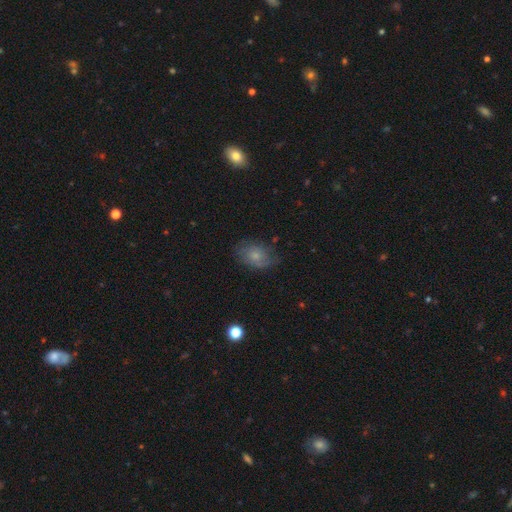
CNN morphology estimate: A smooth galaxy with no disk features (51%) that is in between round and cigar-shaped (74%).

Vote fractions:
- Smooth or featured? smooth: 51% / featured or disk: 40% / star or artifact: 10%
- How rounded? in between: 74% / round: 25% / cigar-shaped: 1%
- Merging? none: 64% / minor disturbance: 25% / major disturbance: 10% / merger: 2%